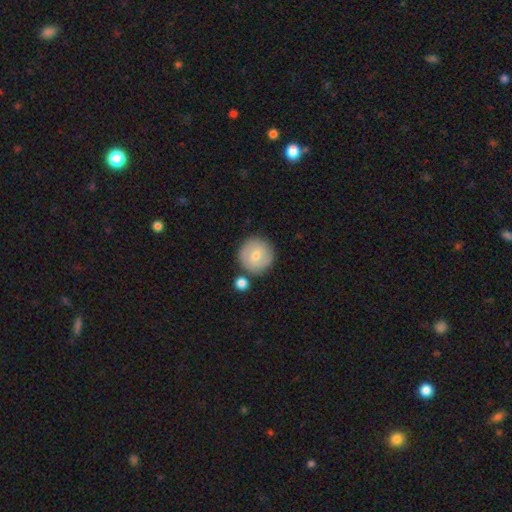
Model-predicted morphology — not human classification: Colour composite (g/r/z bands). It shows a smooth galaxy with no disk features (67%) that is round (95%). Merging: none (77%).